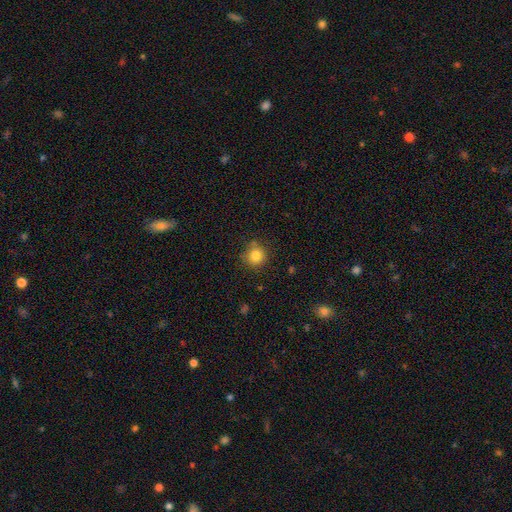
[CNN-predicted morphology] smooth 83%, star or artifact 12%, featured or disk 6%. Down the decision tree: how rounded — round (91%); merging — none (83%).